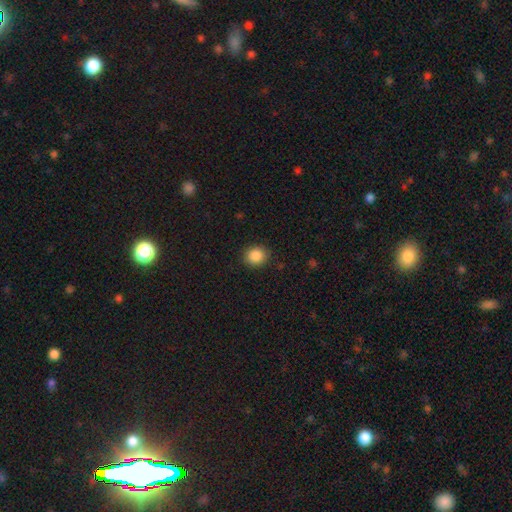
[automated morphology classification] Smooth or featured?
  - smooth: 87% *
  - star or artifact: 9%
  - featured or disk: 3%
How rounded?
  - round: 78% *
  - in between: 21%
  - cigar-shaped: 1%
Merging?
  - none: 89% *
  - minor disturbance: 8%
  - major disturbance: 2%
  - merger: 1%